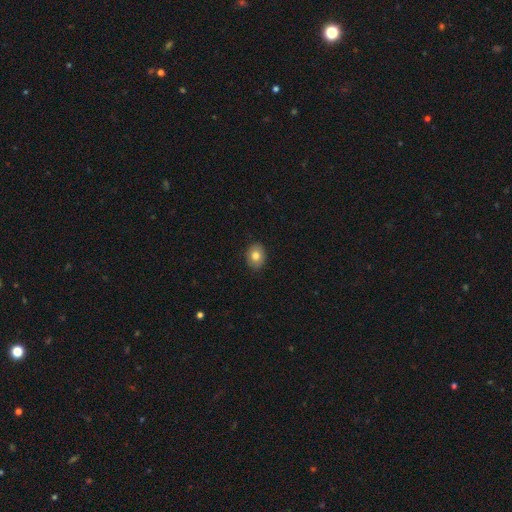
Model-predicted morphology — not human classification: smooth-or-featured: smooth: 80% | featured or disk: 11% | star or artifact: 9%
  how-rounded: in between: 56% | round: 43% | cigar-shaped: 1%
  merging: none: 89% | minor disturbance: 8% | major disturbance: 2% | merger: 1%